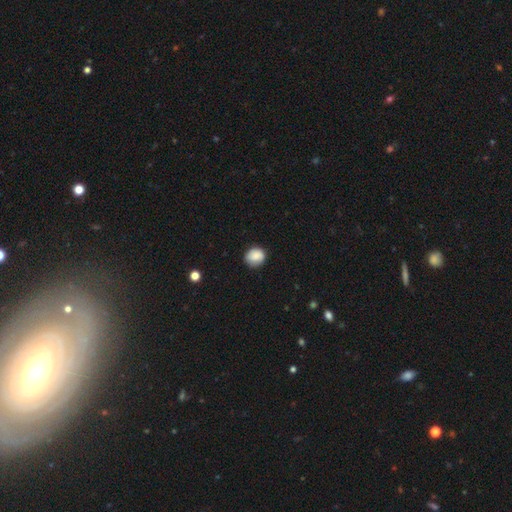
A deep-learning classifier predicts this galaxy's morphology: smooth-or-featured: smooth: 86% | star or artifact: 8% | featured or disk: 6%
  how-rounded: round: 73% | in between: 27% | cigar-shaped: 1%
  merging: none: 78% | minor disturbance: 17% | major disturbance: 3% | merger: 1%